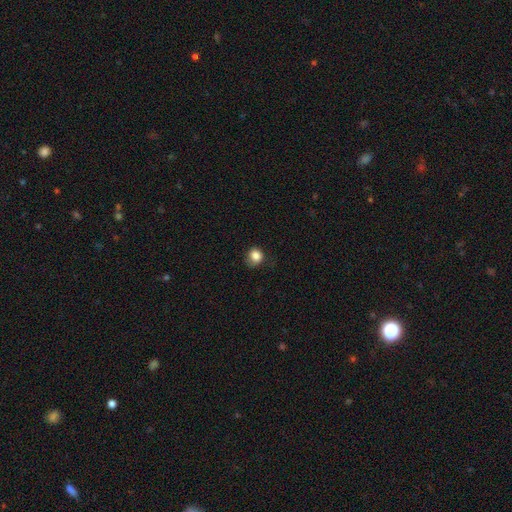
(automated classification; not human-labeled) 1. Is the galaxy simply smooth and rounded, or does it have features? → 85% smooth, 10% star or artifact, 5% featured or disk.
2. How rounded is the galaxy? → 77% round, 23% in between, 1% cigar-shaped.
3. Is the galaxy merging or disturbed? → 66% none, 25% minor disturbance, 7% major disturbance, 1% merger.